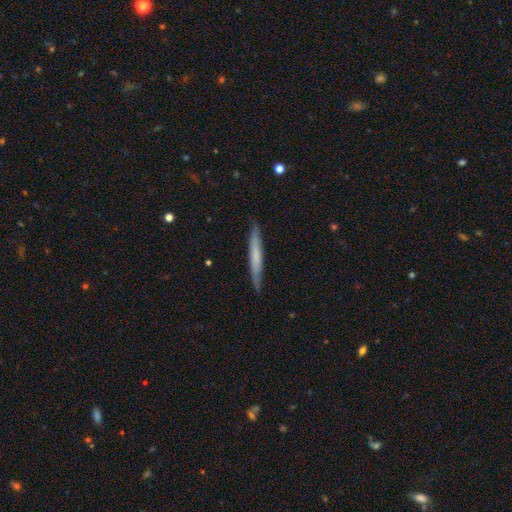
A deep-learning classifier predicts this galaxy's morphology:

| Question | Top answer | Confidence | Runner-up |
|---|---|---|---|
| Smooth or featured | smooth | 58% | featured or disk (37%) |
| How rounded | cigar-shaped | 96% | in between (3%) |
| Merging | none | 89% | minor disturbance (9%) |